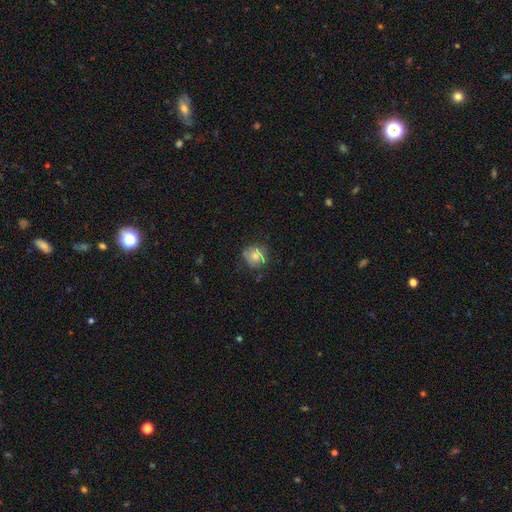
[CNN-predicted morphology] A smooth galaxy with no disk features (66%) that is round (87%). Merging: none (72%).